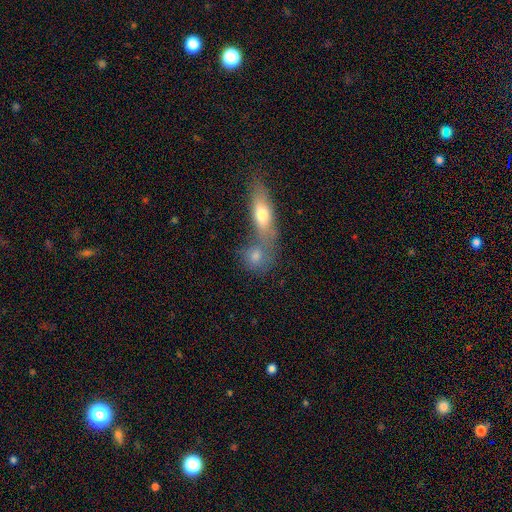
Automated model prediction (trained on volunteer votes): A smooth galaxy with no disk features (71%) that is round (45%). Merging: merger (48%).